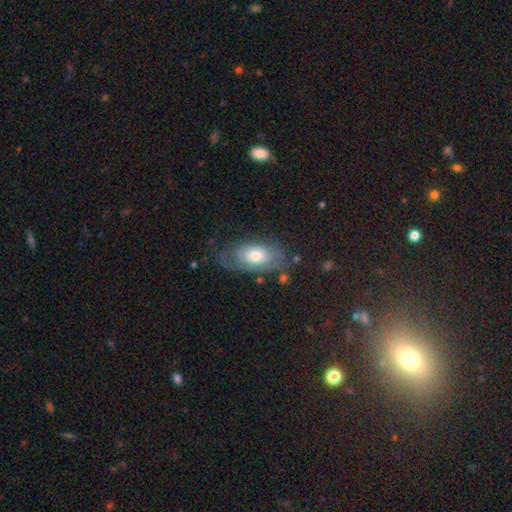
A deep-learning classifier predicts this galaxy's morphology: smooth 54%, featured or disk 39%, star or artifact 7%. Down the decision tree: how rounded — in between (91%); merging — none (58%).